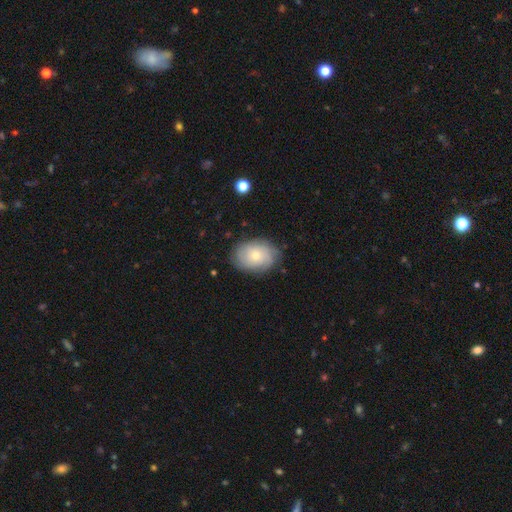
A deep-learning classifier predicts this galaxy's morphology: Overall: smooth (47%; featured or disk 45%). Merging: none (80%).